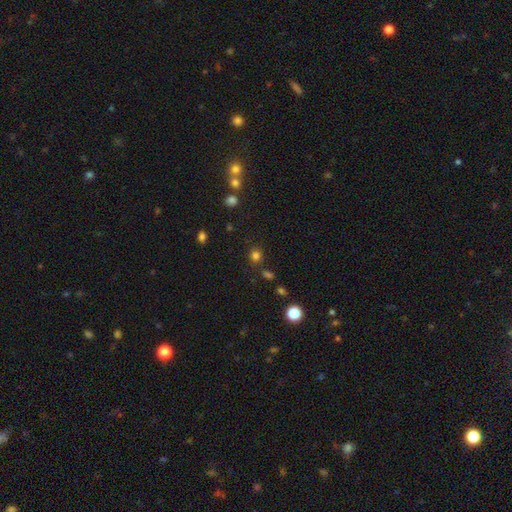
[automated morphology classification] Smooth or featured? smooth (77%)
How rounded? round (86%)
Merging? none (82%)